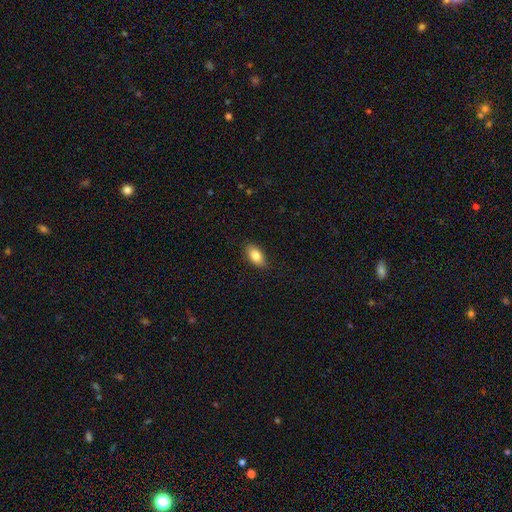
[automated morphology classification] A smooth galaxy with no disk features (83%) that is in between round and cigar-shaped (91%).

Vote fractions:
- Smooth or featured? smooth: 83% / featured or disk: 10% / star or artifact: 7%
- How rounded? in between: 91% / cigar-shaped: 5% / round: 5%
- Merging? none: 87% / minor disturbance: 10% / major disturbance: 2% / merger: 1%